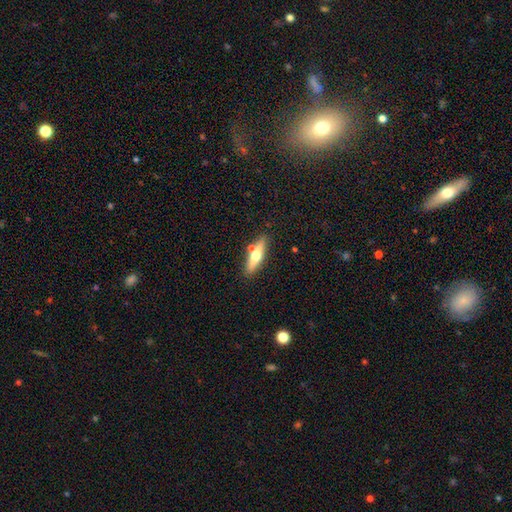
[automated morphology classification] smooth_or_featured: featured or disk (p=0.48) [alt: smooth p=0.45]
merging: none (p=0.77) [alt: minor disturbance p=0.11]